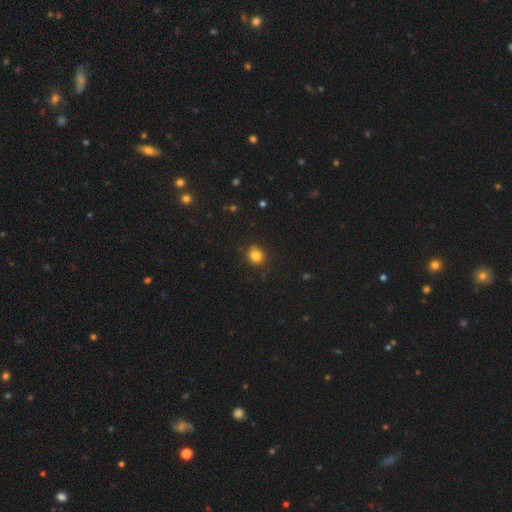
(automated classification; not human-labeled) Morphology: type=smooth (83%); roundness=round (83%); merging=none (83%).